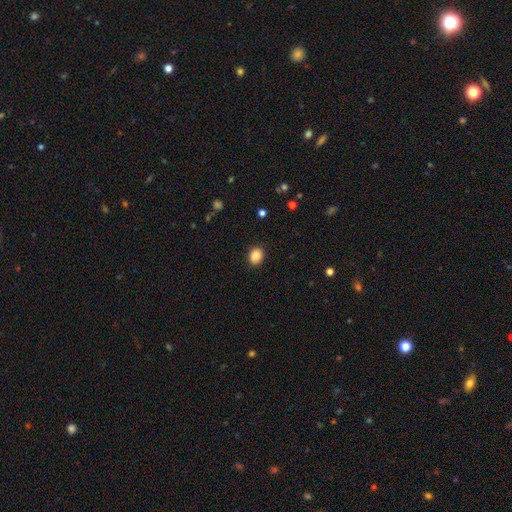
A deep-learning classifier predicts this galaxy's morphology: Overall: smooth (88%). How rounded: round (53%; in between 46%). Merging: none (89%).